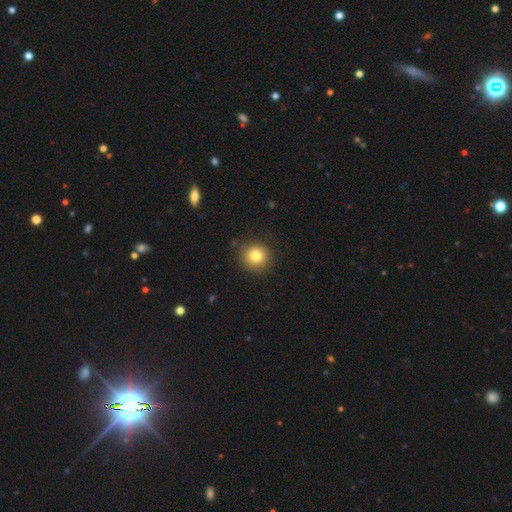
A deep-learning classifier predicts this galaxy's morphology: smooth_or_featured: smooth (p=0.81) [alt: star or artifact p=0.11]
how_rounded: round (p=0.93) [alt: in between p=0.06]
merging: none (p=0.88) [alt: minor disturbance p=0.08]